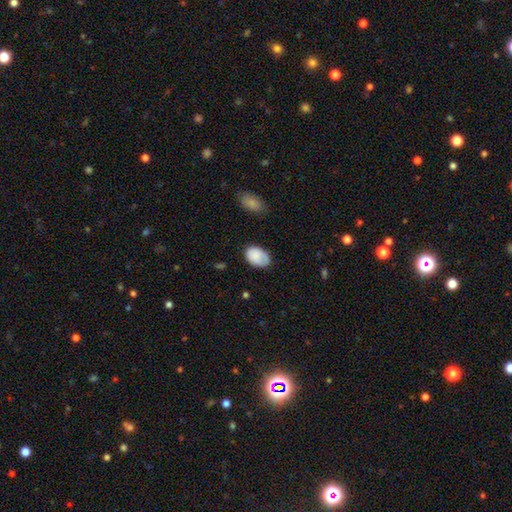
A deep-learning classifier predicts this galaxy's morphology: smooth_or_featured: smooth (p=0.83) [alt: featured or disk p=0.10]
how_rounded: in between (p=0.86) [alt: round p=0.13]
merging: none (p=0.69) [alt: minor disturbance p=0.23]